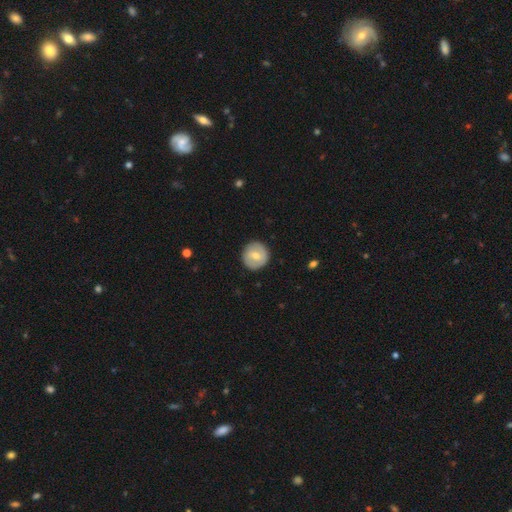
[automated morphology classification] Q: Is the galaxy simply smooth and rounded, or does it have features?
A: smooth — 52%.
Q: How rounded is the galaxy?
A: round — 92%.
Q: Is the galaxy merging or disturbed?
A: none — 87%.